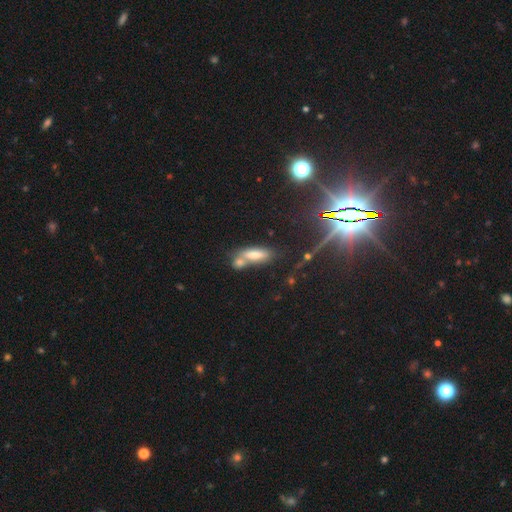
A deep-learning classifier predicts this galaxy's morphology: The model was most divided on "smooth or featured": smooth: 42%, star or artifact: 35%, featured or disk: 23%. Remaining: merging — merger (46%).